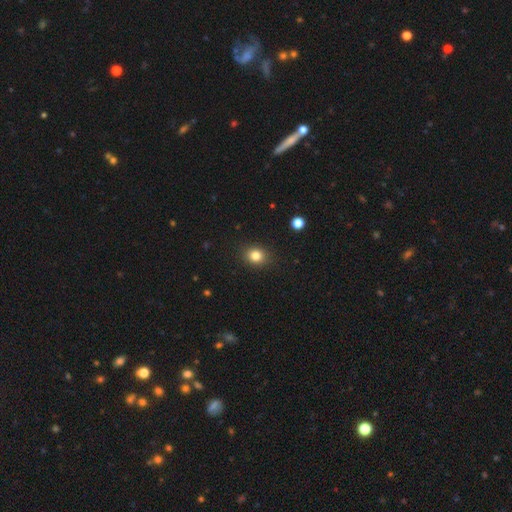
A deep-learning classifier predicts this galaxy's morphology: smooth_or_featured: smooth (p=0.82) [alt: star or artifact p=0.12]
how_rounded: round (p=0.64) [alt: in between p=0.36]
merging: none (p=0.88) [alt: minor disturbance p=0.08]